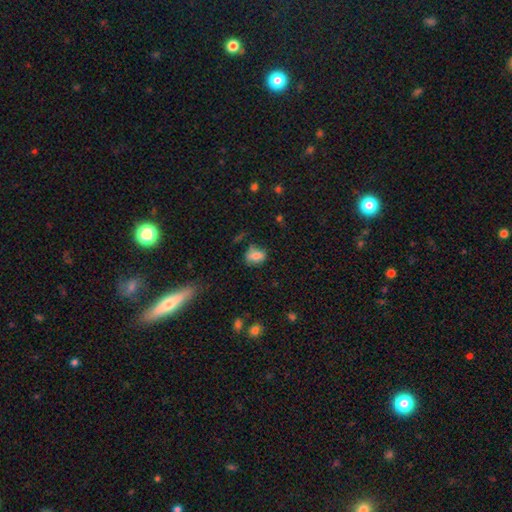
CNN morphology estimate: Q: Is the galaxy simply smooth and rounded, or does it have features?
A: smooth — 75%.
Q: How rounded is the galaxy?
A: in between — 74%.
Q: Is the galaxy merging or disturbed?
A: none — 58%.